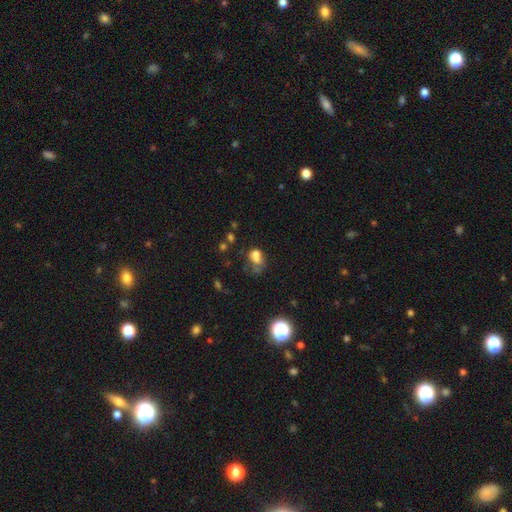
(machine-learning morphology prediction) A smooth galaxy with no disk features (65%) that is in between round and cigar-shaped (70%). Merging: major disturbance (29%, tied with none).